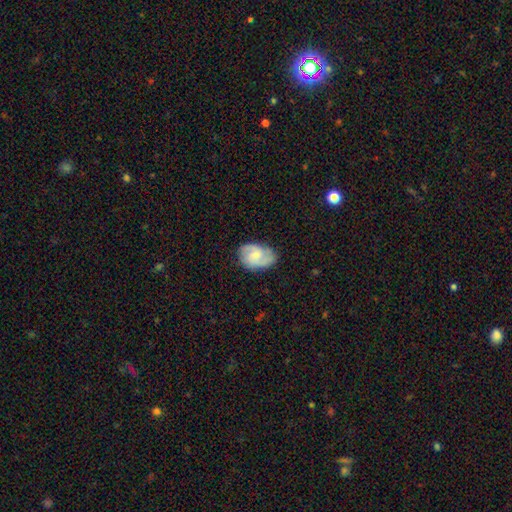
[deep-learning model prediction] Smooth or featured: featured or disk — 66% (smooth — 28%)
Edge-on disk: no — 97% (yes — 3%)
Bar: no — 47% (weak — 46%)
Spiral arms: yes — 93% (no — 7%)
Spiral winding: medium — 50% (tight — 29%)
Spiral arm count: 2 — 80% (can't tell — 10%)
Bulge size: small — 48% (moderate — 42%)
Merging: none — 74% (minor disturbance — 19%)